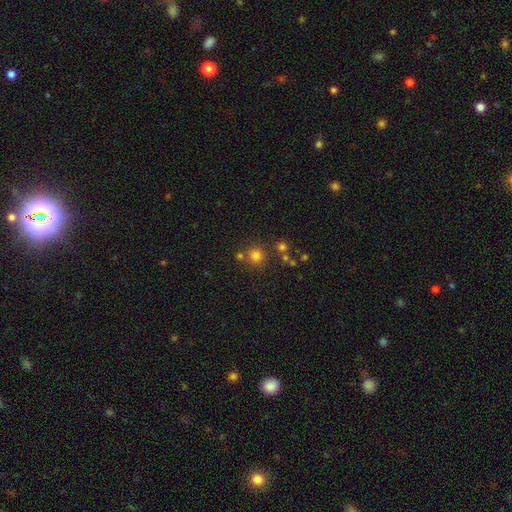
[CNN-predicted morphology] Smooth or featured? Predicted: smooth (p=0.76). How rounded? Predicted: round (p=0.91). Merging? Predicted: none (p=0.74).